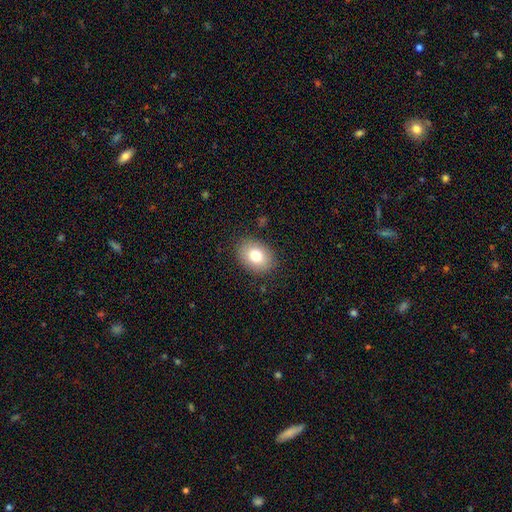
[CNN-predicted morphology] type=smooth (78%); roundness=in between (72%); merging=none (87%).